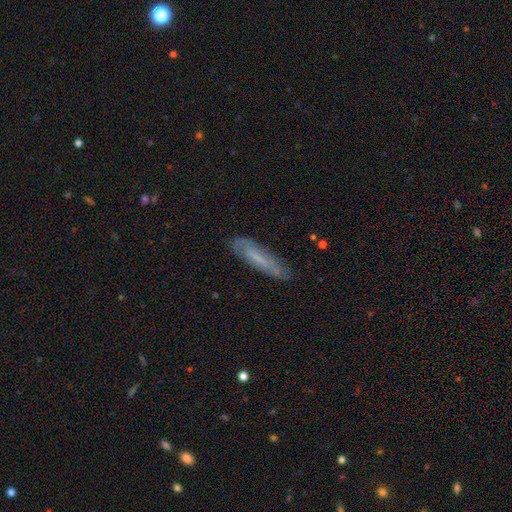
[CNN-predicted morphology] A smooth galaxy with no disk features (46%). Merging: none (78%).